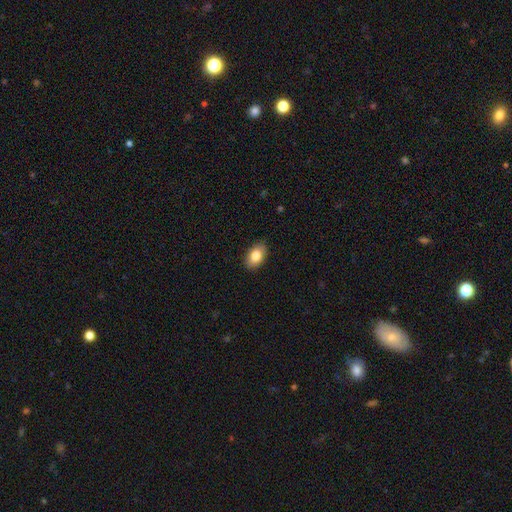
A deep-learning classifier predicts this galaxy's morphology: Smooth or featured? Predicted: smooth (p=0.82). How rounded? Predicted: in between (p=0.88). Merging? Predicted: none (p=0.87).